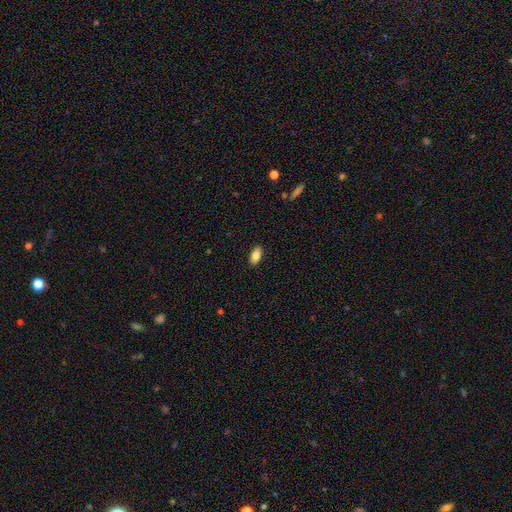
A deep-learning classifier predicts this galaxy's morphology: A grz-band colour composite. It shows a smooth galaxy with no disk features (83%) that is in between round and cigar-shaped (88%). Merging: none (89%).